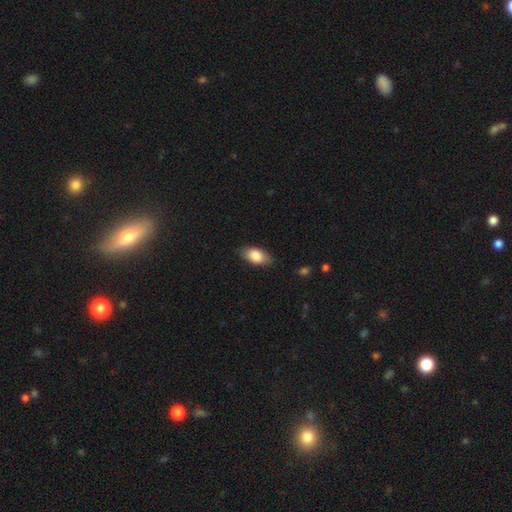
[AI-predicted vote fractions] Smooth or featured? Predicted: smooth (p=0.82). How rounded? Predicted: in between (p=0.90). Merging? Predicted: none (p=0.84).